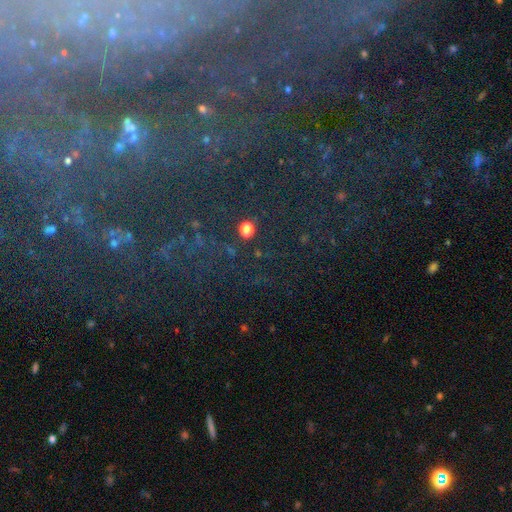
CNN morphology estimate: Smooth or featured?
  - featured or disk: 46% *
  - star or artifact: 39%
  - smooth: 14%
Merging?
  - none: 72% *
  - minor disturbance: 13%
  - major disturbance: 10%
  - merger: 5%